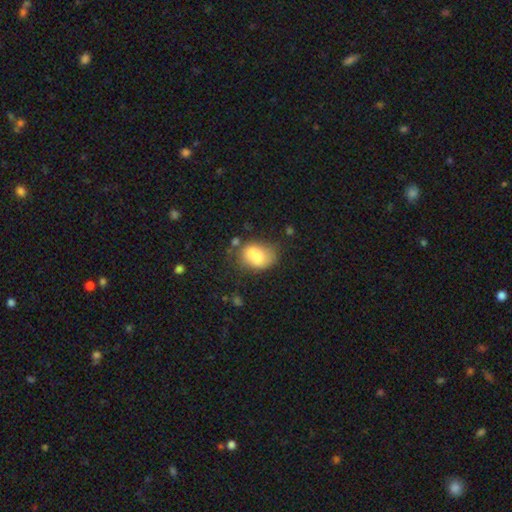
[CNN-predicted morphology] smooth-or-featured: smooth: 66% | featured or disk: 25% | star or artifact: 9%
  how-rounded: in between: 65% | round: 34% | cigar-shaped: 1%
  merging: merger: 48% | none: 30% | minor disturbance: 15% | major disturbance: 7%